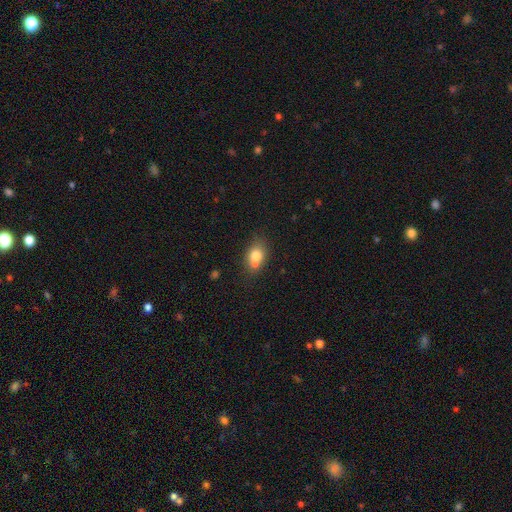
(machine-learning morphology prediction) Smooth or featured: smooth — 73% (featured or disk — 17%)
How rounded: in between — 59% (round — 38%)
Merging: none — 42% (merger — 41%)